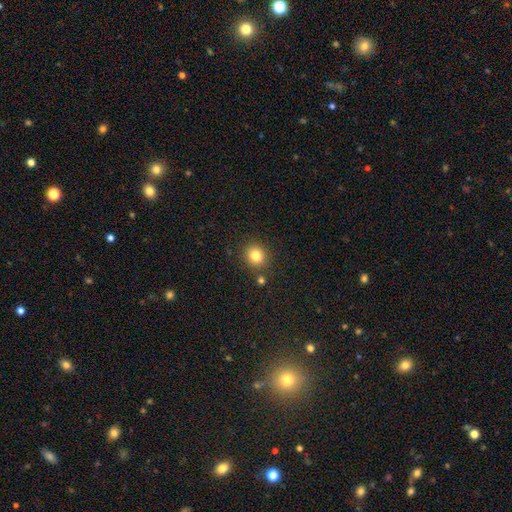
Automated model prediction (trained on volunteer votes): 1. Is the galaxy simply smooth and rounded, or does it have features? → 82% smooth, 12% star or artifact, 6% featured or disk.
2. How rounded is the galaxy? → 83% round, 16% in between, 1% cigar-shaped.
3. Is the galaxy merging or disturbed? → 84% none, 8% minor disturbance, 5% merger, 2% major disturbance.